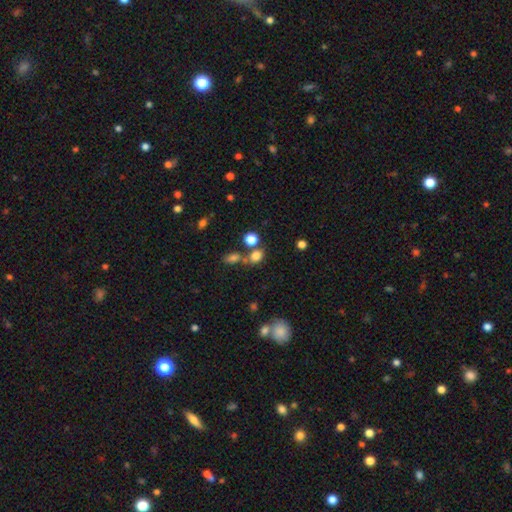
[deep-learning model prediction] smooth-or-featured: smooth: 77% | star or artifact: 15% | featured or disk: 7%
  how-rounded: in between: 51% | round: 47% | cigar-shaped: 2%
  merging: none: 57% | merger: 25% | minor disturbance: 12% | major disturbance: 6%